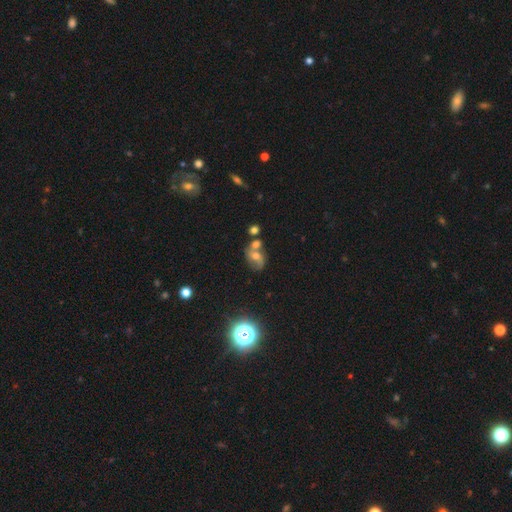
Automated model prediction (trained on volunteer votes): This appears to be a smooth galaxy with no disk features (41%). Merging: merger (41%).